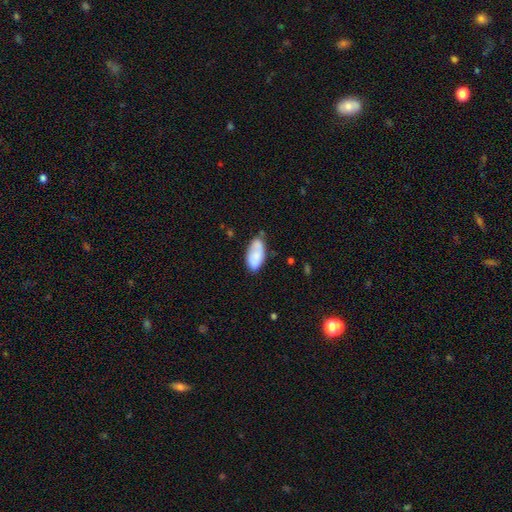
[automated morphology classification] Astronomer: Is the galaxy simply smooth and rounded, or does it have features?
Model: smooth — 73%.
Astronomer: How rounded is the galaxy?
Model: in between — 94%.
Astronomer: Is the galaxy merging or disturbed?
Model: none — 64%.